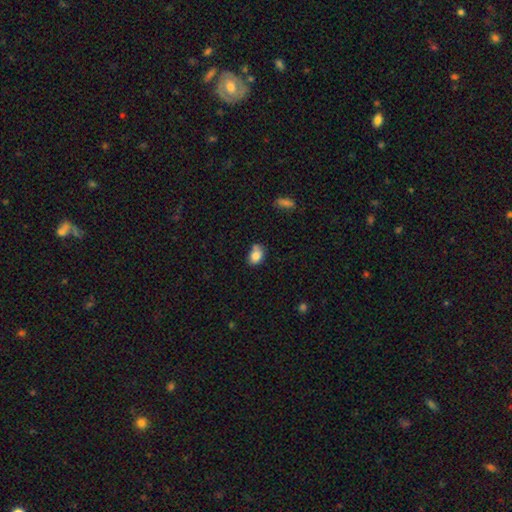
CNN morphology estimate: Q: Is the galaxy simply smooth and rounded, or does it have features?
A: smooth — 83%.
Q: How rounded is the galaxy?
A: in between — 70%.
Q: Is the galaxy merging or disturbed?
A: none — 54%.